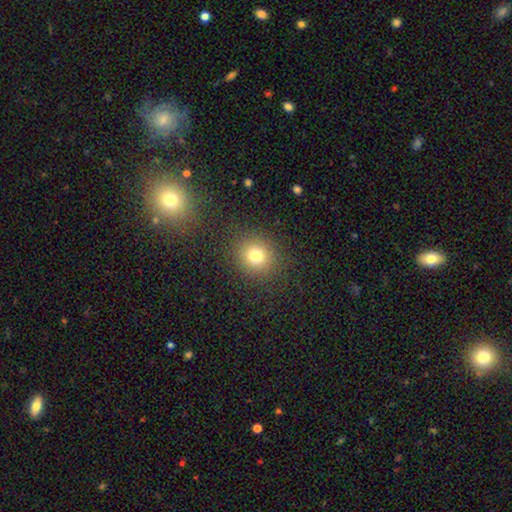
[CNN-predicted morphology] A smooth galaxy with no disk features (76%) that is round (82%).

Vote fractions:
- Smooth or featured? smooth: 76% / star or artifact: 16% / featured or disk: 8%
- How rounded? round: 82% / in between: 17% / cigar-shaped: 1%
- Merging? none: 87% / minor disturbance: 7% / major disturbance: 4% / merger: 2%